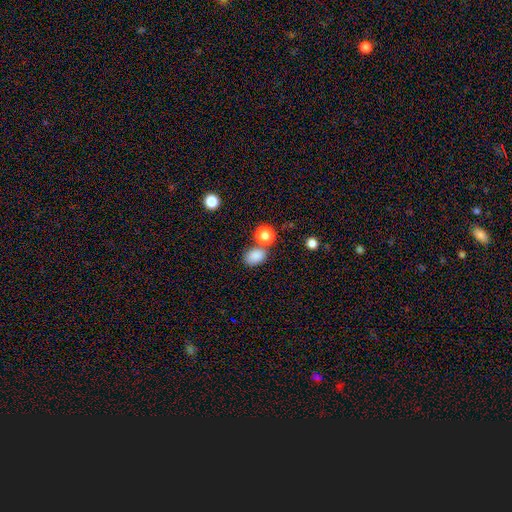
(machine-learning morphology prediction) The model was most divided on "how rounded": in between: 70%, round: 29%, cigar-shaped: 1%. More confident: smooth or featured — smooth (85%); merging — none (65%).